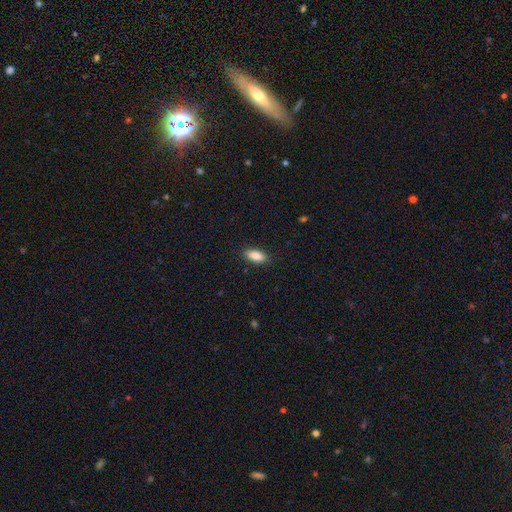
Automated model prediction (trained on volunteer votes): A smooth galaxy with no disk features (86%) that is in between round and cigar-shaped (82%). Merging: none (88%).